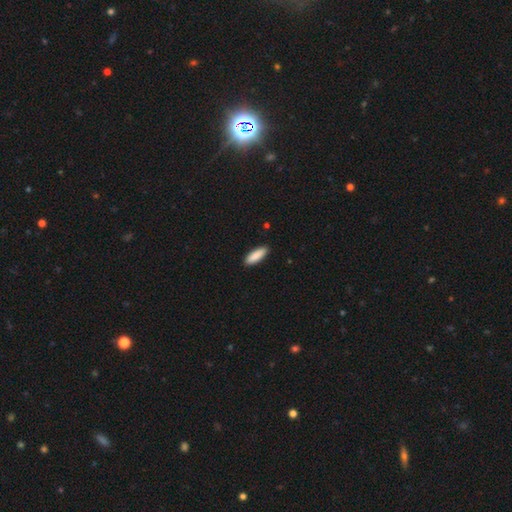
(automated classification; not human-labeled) Overall: smooth (90%). How rounded: in between (56%; cigar-shaped 43%). Merging: none (90%).